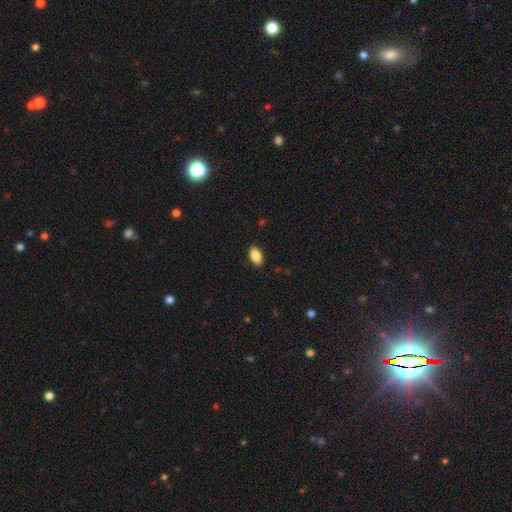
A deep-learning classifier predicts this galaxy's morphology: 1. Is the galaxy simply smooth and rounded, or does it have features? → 87% smooth, 7% star or artifact, 6% featured or disk.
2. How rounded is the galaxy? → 92% in between, 4% round, 4% cigar-shaped.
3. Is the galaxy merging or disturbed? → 89% none, 8% minor disturbance, 2% major disturbance, 1% merger.